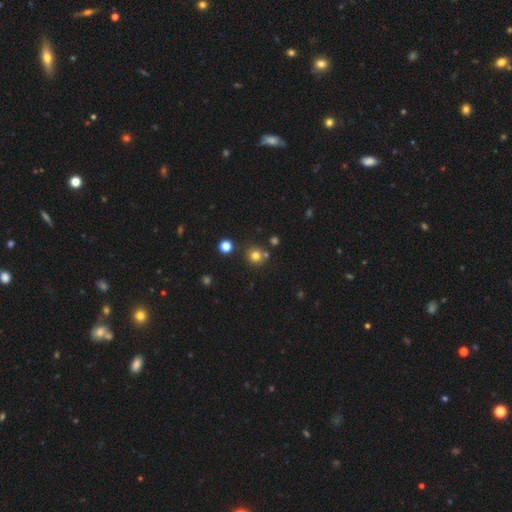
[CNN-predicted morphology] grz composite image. It shows a smooth galaxy with no disk features (76%) that is round (90%). Merging: none (76%).